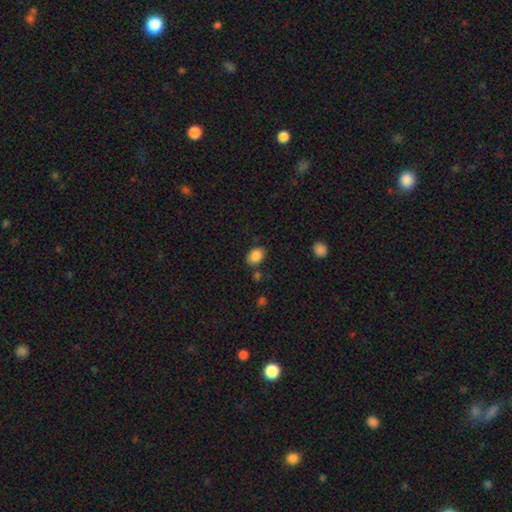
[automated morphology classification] Smooth or featured? Predicted: smooth (p=0.87). How rounded? Predicted: in between (p=0.76). Merging? Predicted: none (p=0.79).